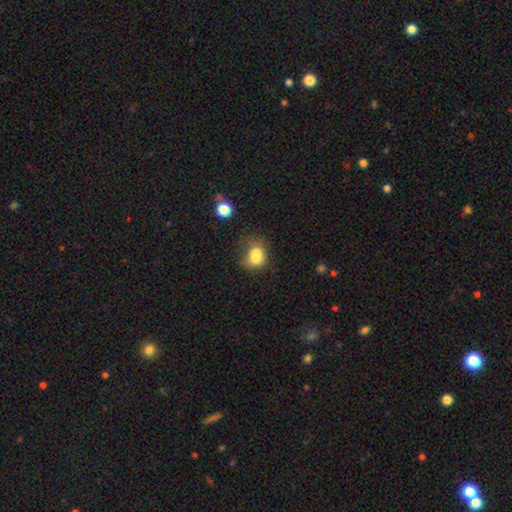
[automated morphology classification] A smooth galaxy with no disk features (70%) that is round (56%). Merging: merger (53%).